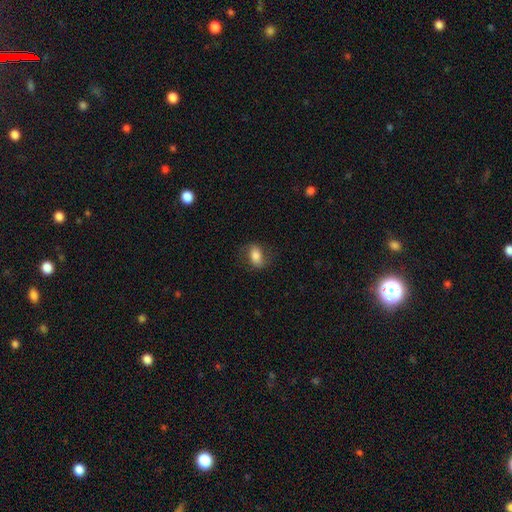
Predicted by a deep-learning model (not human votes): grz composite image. It shows a smooth galaxy with no disk features (70%) that is in between round and cigar-shaped (82%). Merging: none (72%).